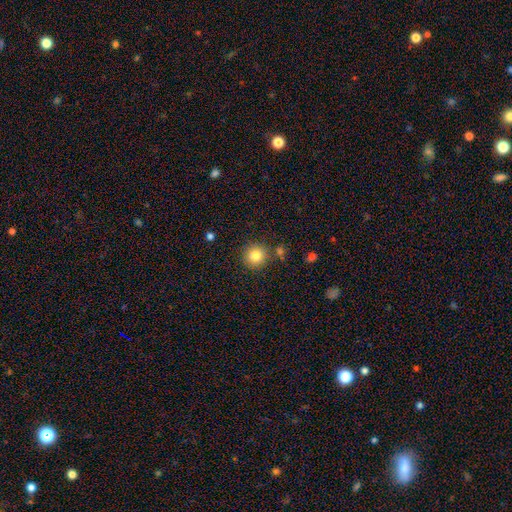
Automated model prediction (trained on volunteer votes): A smooth galaxy with no disk features (83%) that is round (92%). Merging: none (85%).